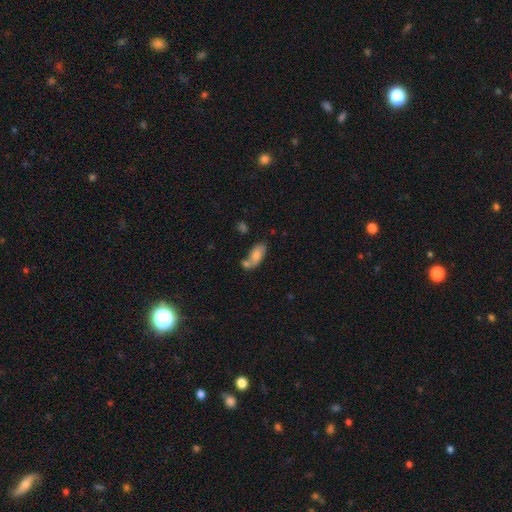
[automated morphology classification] Smooth or featured? Predicted: smooth (p=0.74). How rounded? Predicted: in between (p=0.89). Merging? Predicted: none (p=0.43).